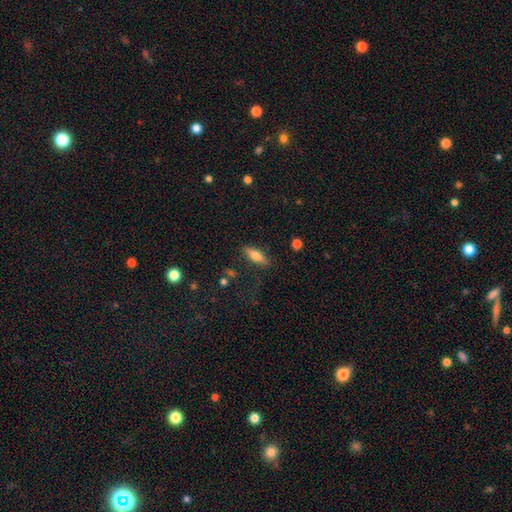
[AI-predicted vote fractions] Smooth or featured? smooth (65%)
How rounded? in between (55%)
Merging? none (83%)